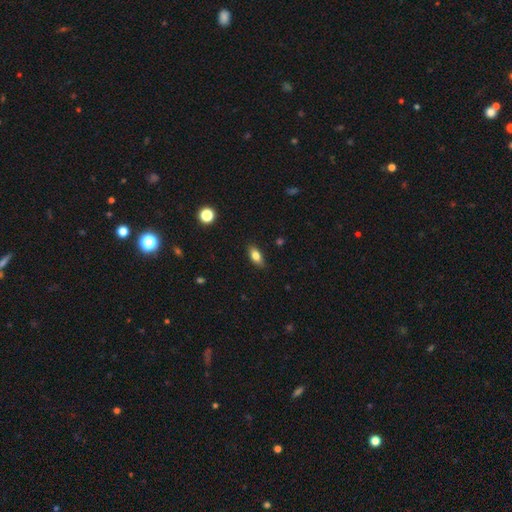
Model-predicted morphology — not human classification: Smooth or featured? Predicted: smooth (p=0.78). How rounded? Predicted: in between (p=0.84). Merging? Predicted: none (p=0.86).